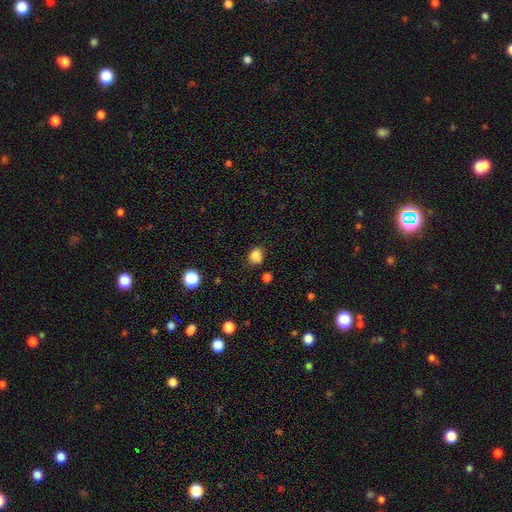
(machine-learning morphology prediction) smooth_or_featured: smooth (p=0.84) [alt: star or artifact p=0.12]
how_rounded: round (p=0.70) [alt: in between p=0.29]
merging: none (p=0.73) [alt: minor disturbance p=0.19]